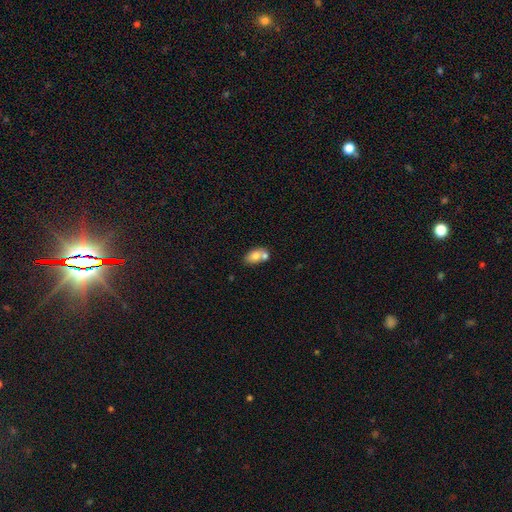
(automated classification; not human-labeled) Q: Smooth or featured?
A: smooth (72%); runner-up: featured or disk (19%)
Q: How rounded?
A: in between (84%); runner-up: round (14%)
Q: Merging?
A: merger (47%); runner-up: none (38%)